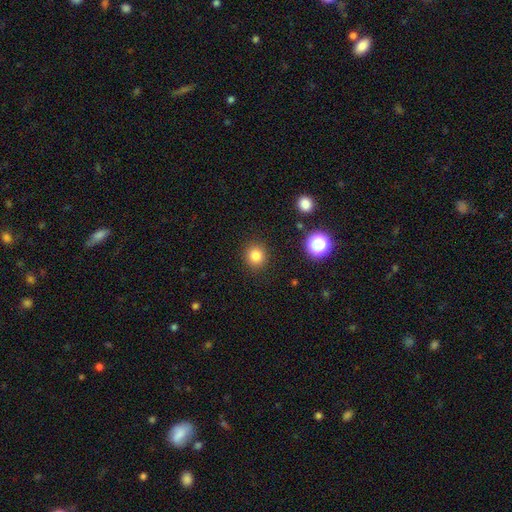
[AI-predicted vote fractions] This appears to be a smooth galaxy with no disk features (82%) that is round (89%). Merging: none (90%).